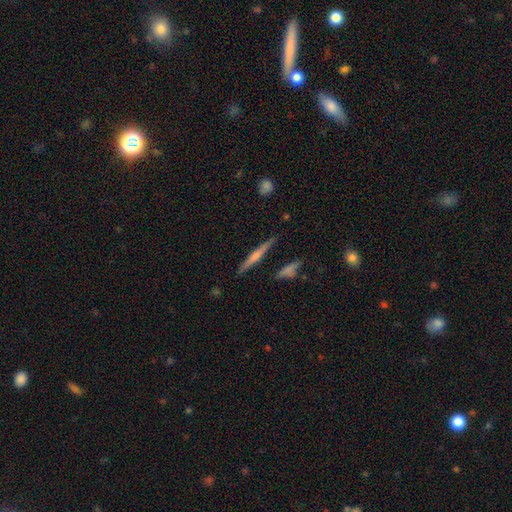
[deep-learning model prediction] Smooth or featured: featured or disk — 54% (smooth — 39%)
Edge-on disk: yes — 97% (no — 3%)
Edge-on bulge: rounded — 54% (none — 29%)
Merging: none — 87% (minor disturbance — 8%)